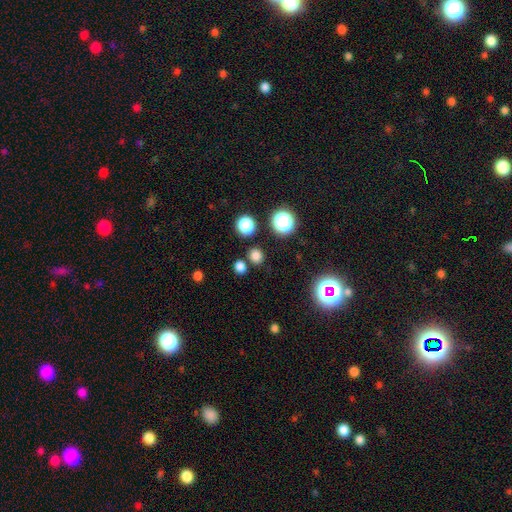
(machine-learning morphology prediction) Overall: smooth (75%). How rounded: round (82%). Merging: none (82%).